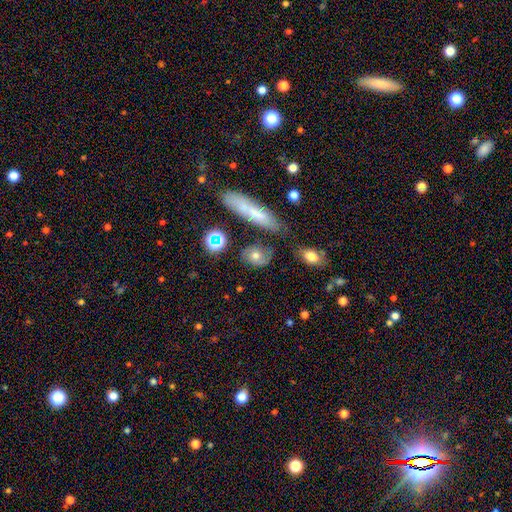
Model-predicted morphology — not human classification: Smooth or featured? Predicted: smooth (p=0.55). How rounded? Predicted: in between (p=0.48). Merging? Predicted: none (p=0.69).